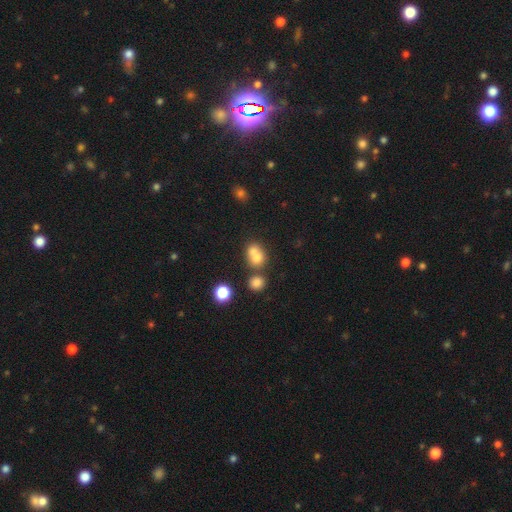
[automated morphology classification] smooth_or_featured: smooth (p=0.72) [alt: featured or disk p=0.15]
how_rounded: round (p=0.60) [alt: in between p=0.39]
merging: merger (p=0.58) [alt: none p=0.30]